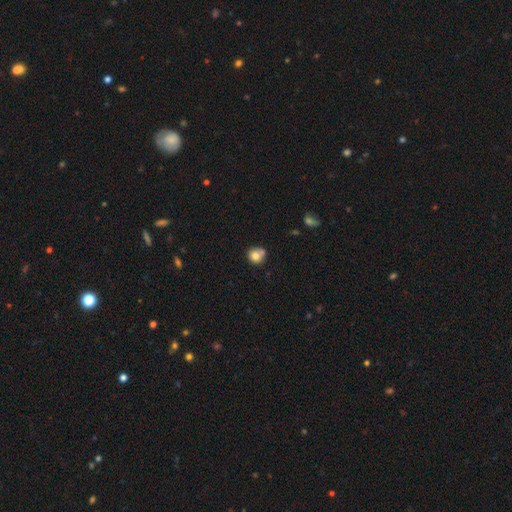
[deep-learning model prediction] Smooth or featured? smooth (77%)
How rounded? round (86%)
Merging? none (57%)